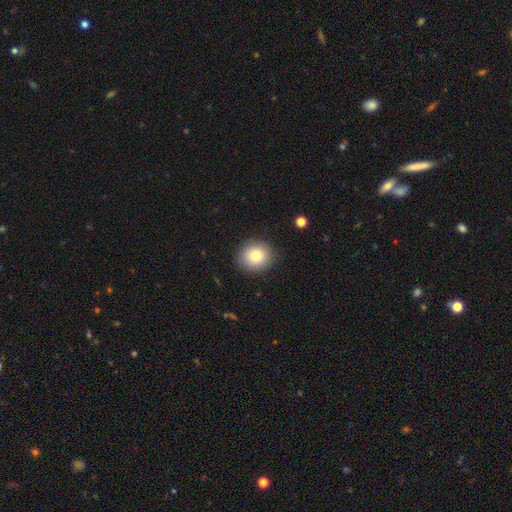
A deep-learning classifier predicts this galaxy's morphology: Smooth or featured: smooth — 81% (featured or disk — 10%)
How rounded: round — 83% (in between — 16%)
Merging: none — 89% (minor disturbance — 7%)